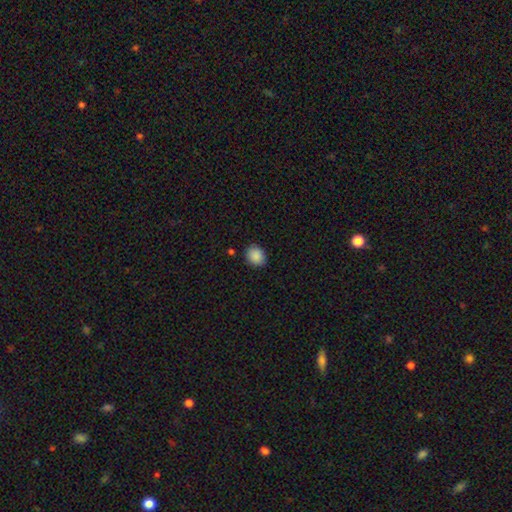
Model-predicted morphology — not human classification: A smooth galaxy with no disk features (89%) that is round (65%).

Vote fractions:
- Smooth or featured? smooth: 89% / star or artifact: 8% / featured or disk: 3%
- How rounded? round: 65% / in between: 34% / cigar-shaped: 1%
- Merging? none: 87% / minor disturbance: 9% / major disturbance: 2% / merger: 1%